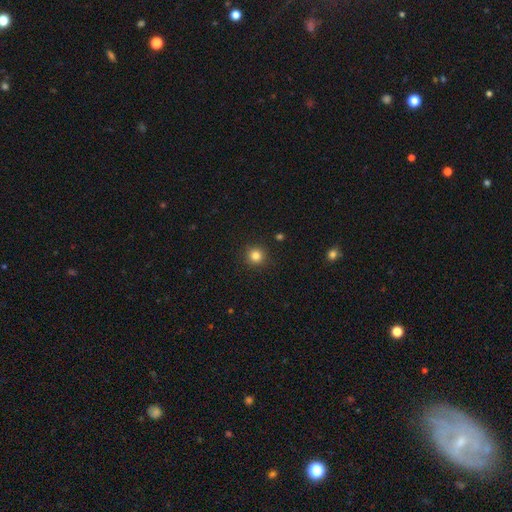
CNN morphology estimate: A smooth galaxy with no disk features (83%) that is round (95%). Merging: none (92%).